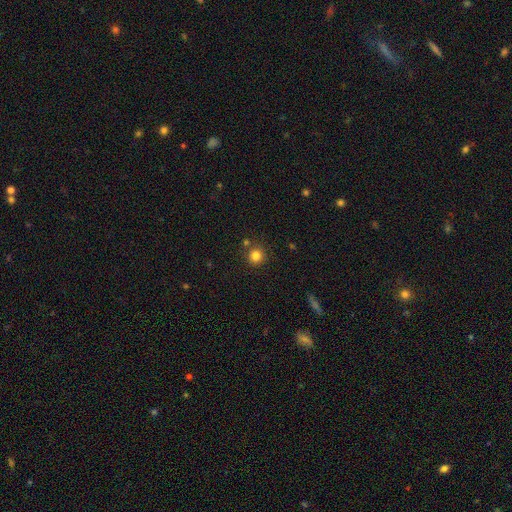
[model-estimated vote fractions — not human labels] smooth_or_featured: smooth (p=0.82) [alt: star or artifact p=0.13]
how_rounded: round (p=0.94) [alt: in between p=0.05]
merging: none (p=0.83) [alt: minor disturbance p=0.07]